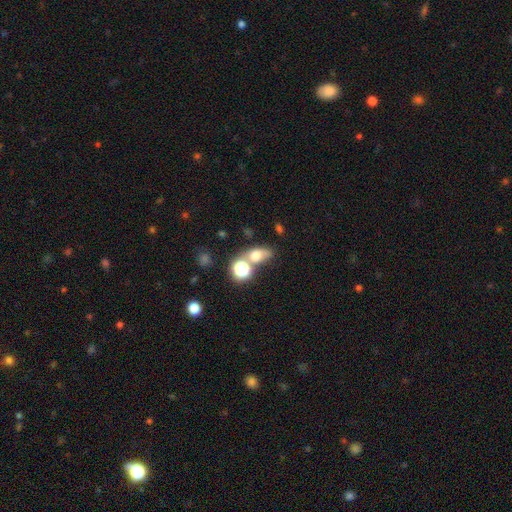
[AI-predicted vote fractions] smooth-or-featured: smooth: 64% | star or artifact: 20% | featured or disk: 16%
  how-rounded: in between: 60% | round: 35% | cigar-shaped: 5%
  merging: none: 48% | merger: 30% | minor disturbance: 14% | major disturbance: 8%